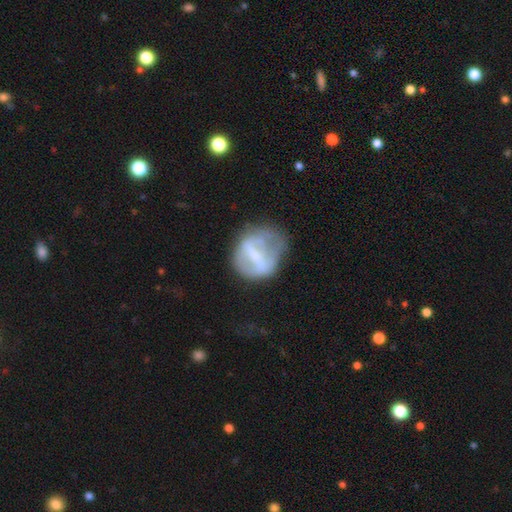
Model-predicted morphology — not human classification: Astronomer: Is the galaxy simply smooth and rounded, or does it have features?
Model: featured or disk — 59%.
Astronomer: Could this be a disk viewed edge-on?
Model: no — 95%.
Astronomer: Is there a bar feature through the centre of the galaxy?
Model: strong — 52% (runner-up: weak, 33%).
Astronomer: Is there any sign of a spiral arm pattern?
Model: no — 67%.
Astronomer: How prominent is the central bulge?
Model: small — 38% (runner-up: none, 29%).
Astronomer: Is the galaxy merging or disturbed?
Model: none — 48% (runner-up: minor disturbance, 27%).